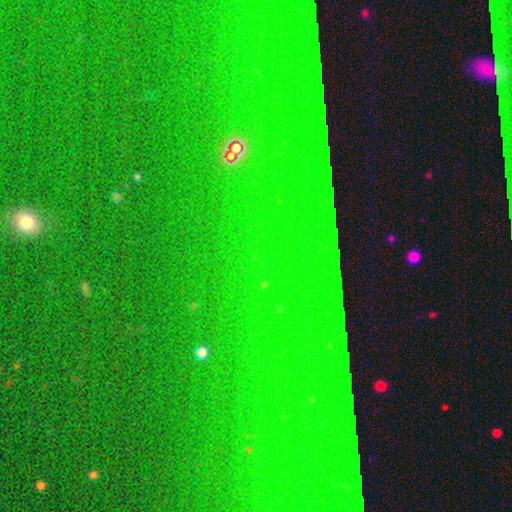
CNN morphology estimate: A star or artifact, not a galaxy (82%).